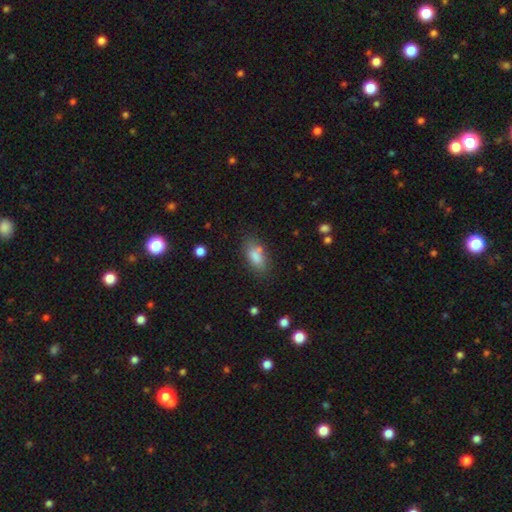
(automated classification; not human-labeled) smooth 80%, featured or disk 11%, star or artifact 9%. Down the decision tree: how rounded — in between (85%); merging — none (69%).